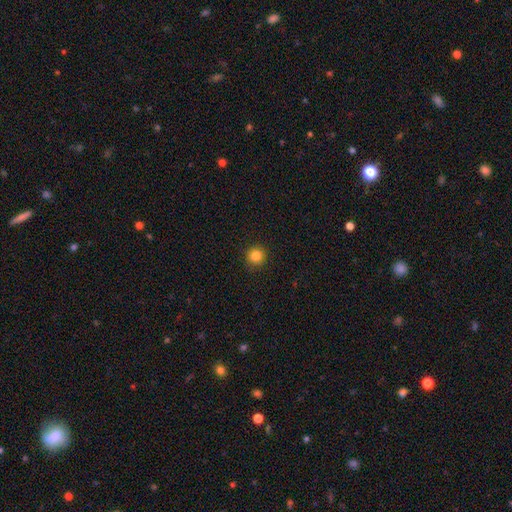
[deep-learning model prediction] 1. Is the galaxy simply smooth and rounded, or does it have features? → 84% smooth, 12% star or artifact, 5% featured or disk.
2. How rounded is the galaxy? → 95% round, 4% in between, 1% cigar-shaped.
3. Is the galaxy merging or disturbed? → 92% none, 5% minor disturbance, 2% major disturbance, 1% merger.